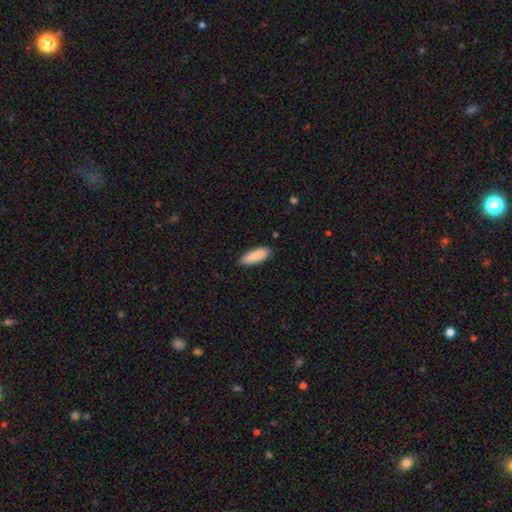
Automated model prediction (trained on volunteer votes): Smooth or featured: smooth — 89% (star or artifact — 6%)
How rounded: in between — 67% (cigar-shaped — 31%)
Merging: none — 84% (minor disturbance — 13%)